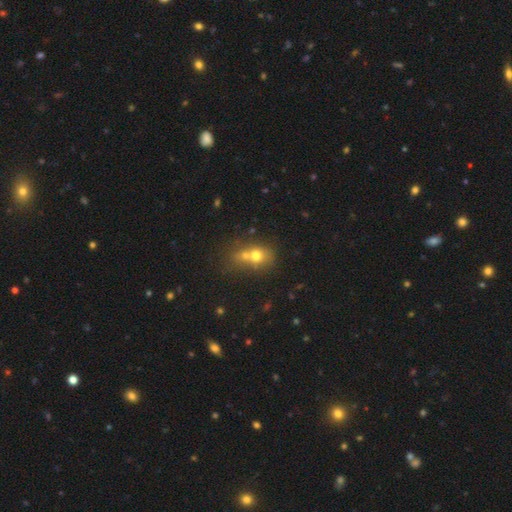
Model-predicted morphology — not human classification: This is likely a smooth galaxy (64%). How rounded: likely round (60%). Merging: possibly merger (56%).